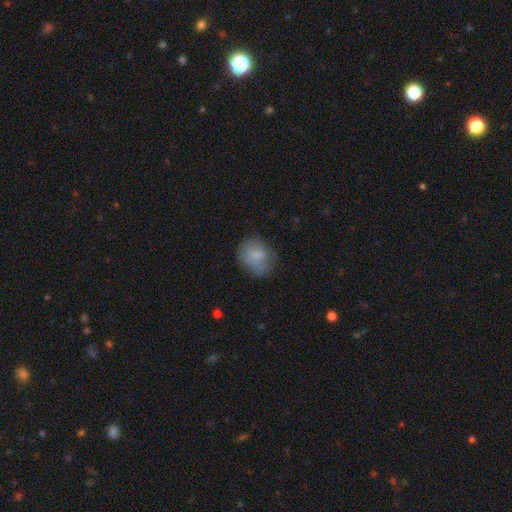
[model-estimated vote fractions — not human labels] A smooth galaxy with no disk features (73%) that is round (50%).

Vote fractions:
- Smooth or featured? smooth: 73% / featured or disk: 19% / star or artifact: 8%
- How rounded? round: 50% / in between: 49% / cigar-shaped: 1%
- Merging? none: 61% / minor disturbance: 26% / major disturbance: 11% / merger: 3%